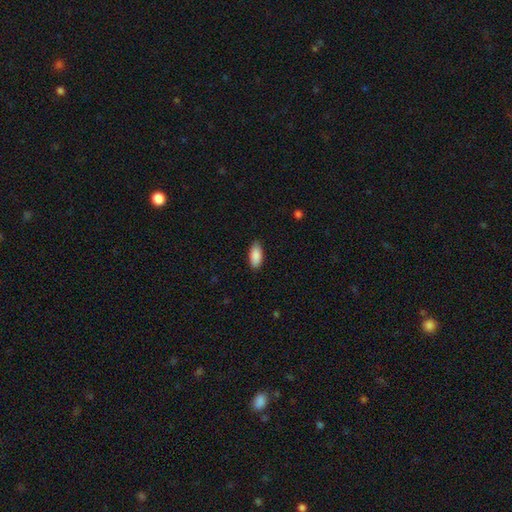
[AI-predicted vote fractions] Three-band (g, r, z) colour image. It shows a smooth galaxy with no disk features (89%) that is in between round and cigar-shaped (88%). Merging: none (87%).